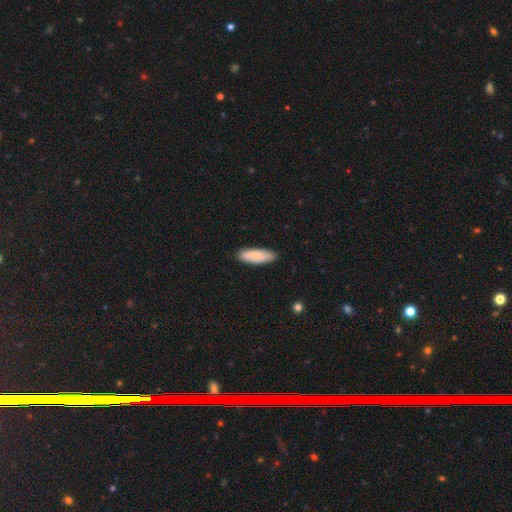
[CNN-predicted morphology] This appears to be a smooth galaxy with no disk features (78%) that is in between round and cigar-shaped (64%). Merging: none (84%).